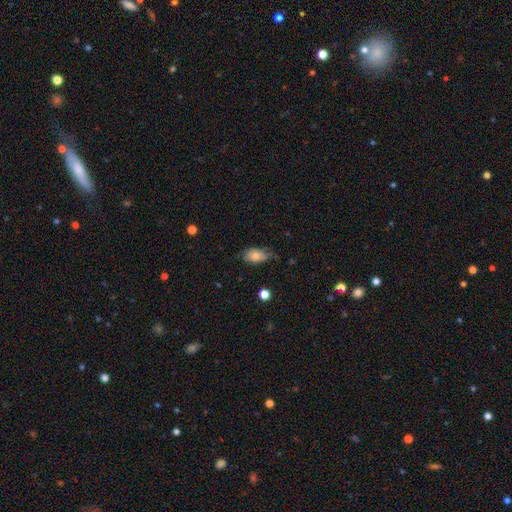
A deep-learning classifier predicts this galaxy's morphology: A smooth galaxy with no disk features (74%) that is in between round and cigar-shaped (89%).

Vote fractions:
- Smooth or featured? smooth: 74% / featured or disk: 18% / star or artifact: 8%
- How rounded? in between: 89% / round: 7% / cigar-shaped: 3%
- Merging? none: 62% / minor disturbance: 30% / major disturbance: 6% / merger: 2%